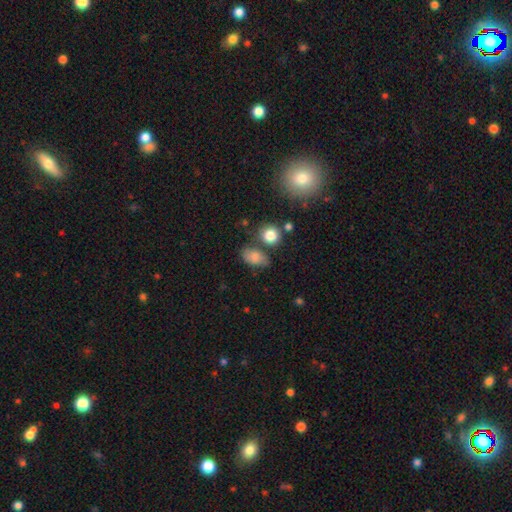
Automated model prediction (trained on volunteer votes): A smooth galaxy with no disk features (72%) that is in between round and cigar-shaped (64%).

Vote fractions:
- Smooth or featured? smooth: 72% / star or artifact: 15% / featured or disk: 13%
- How rounded? in between: 64% / round: 33% / cigar-shaped: 3%
- Merging? none: 65% / minor disturbance: 19% / merger: 10% / major disturbance: 6%